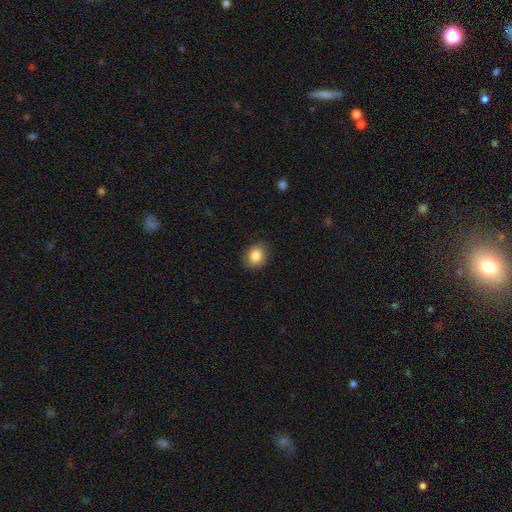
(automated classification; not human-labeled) This is clearly a smooth galaxy (85%). How rounded: possibly round (58%). Merging: clearly none (83%).